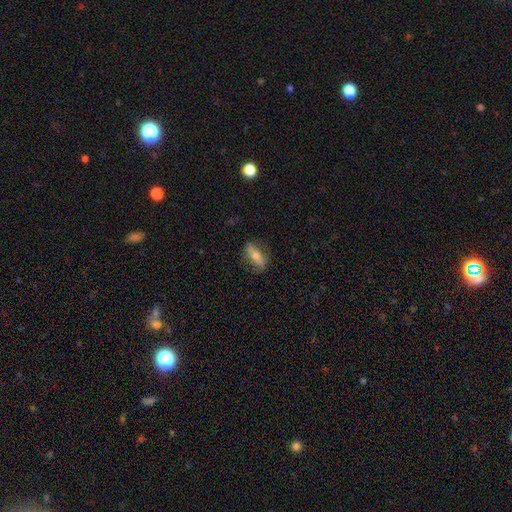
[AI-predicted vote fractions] Smooth or featured?
  - smooth: 46% *
  - featured or disk: 45%
  - star or artifact: 9%
Merging?
  - none: 81% *
  - minor disturbance: 13%
  - major disturbance: 4%
  - merger: 1%